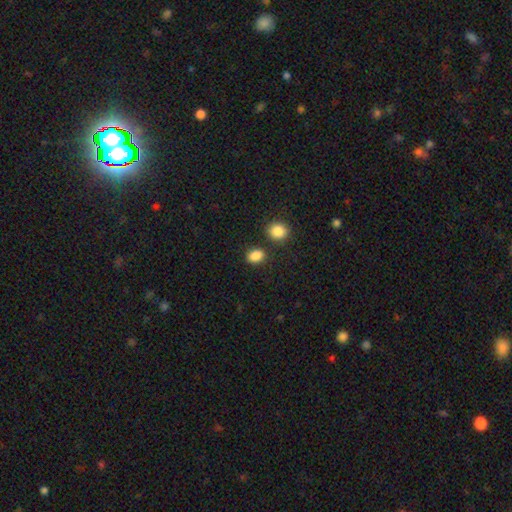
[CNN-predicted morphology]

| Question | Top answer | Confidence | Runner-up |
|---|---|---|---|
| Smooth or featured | smooth | 87% | star or artifact (10%) |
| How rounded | in between | 73% | round (25%) |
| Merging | none | 78% | minor disturbance (11%) |